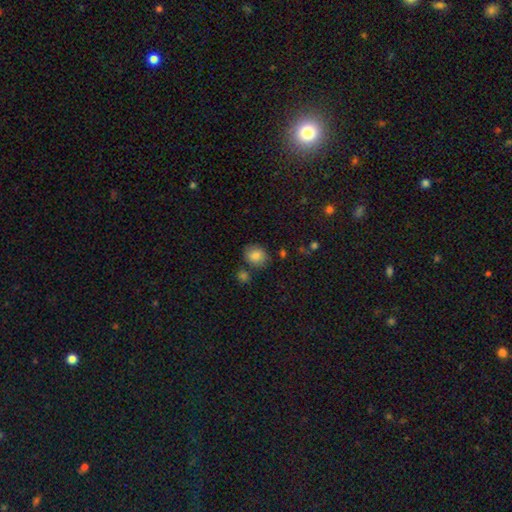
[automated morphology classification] Smooth or featured: smooth — 84% (star or artifact — 9%)
How rounded: round — 64% (in between — 35%)
Merging: none — 76% (minor disturbance — 12%)